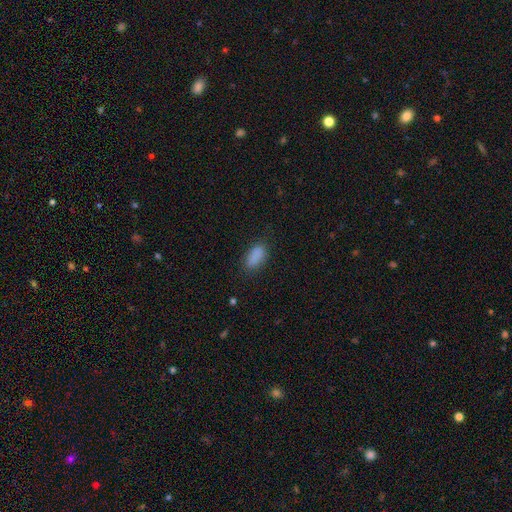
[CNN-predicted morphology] The model was most divided on "merging": none: 77%, minor disturbance: 16%, major disturbance: 5%, merger: 2%. More confident: smooth or featured — smooth (86%); how rounded — in between (86%).